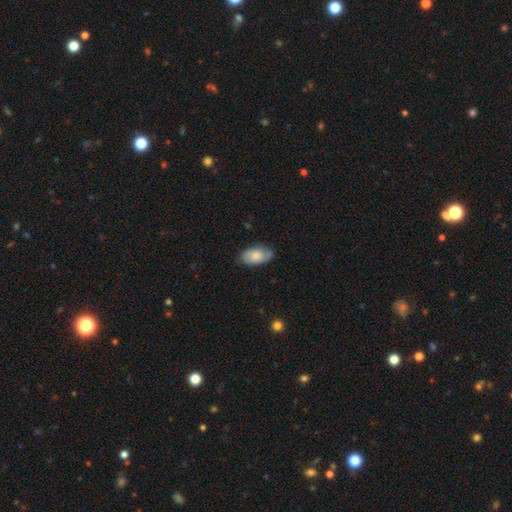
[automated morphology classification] This appears to be a smooth galaxy with no disk features (51%) that is in between round and cigar-shaped (91%). Merging: none (70%).